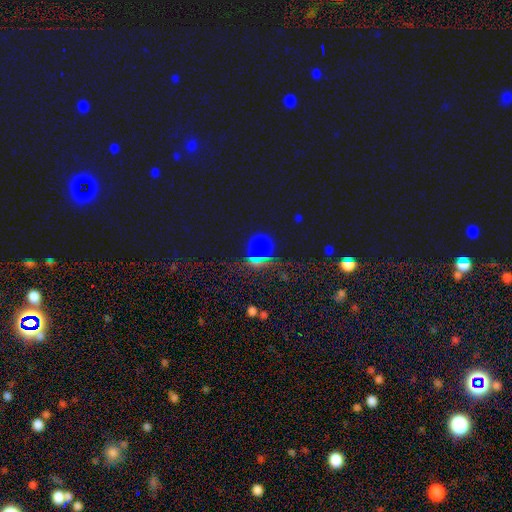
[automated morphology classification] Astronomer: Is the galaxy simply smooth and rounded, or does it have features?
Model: star or artifact — 51% (runner-up: smooth, 41%).